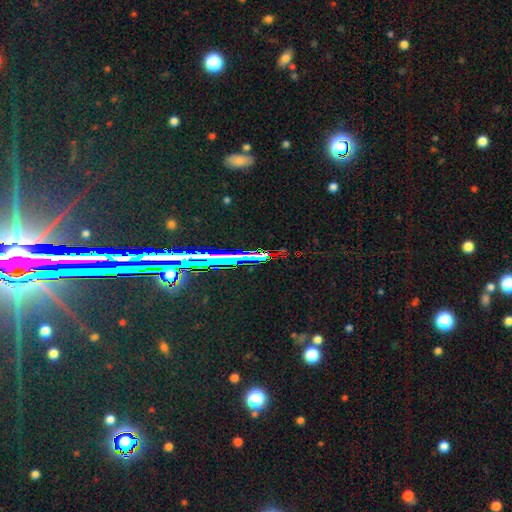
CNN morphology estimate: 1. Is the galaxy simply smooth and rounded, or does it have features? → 71% star or artifact, 15% featured or disk, 14% smooth.